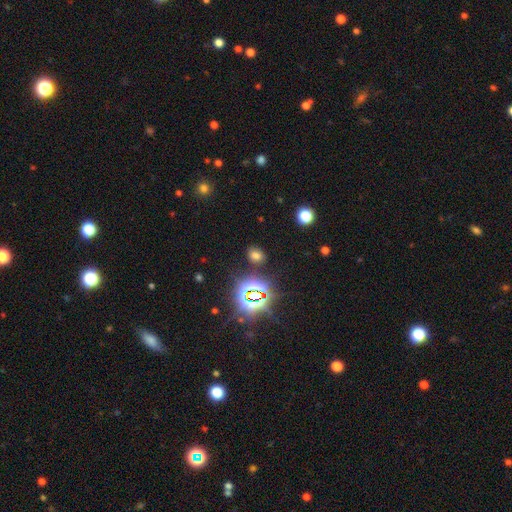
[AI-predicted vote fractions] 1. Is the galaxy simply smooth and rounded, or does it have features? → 59% smooth, 33% star or artifact, 8% featured or disk.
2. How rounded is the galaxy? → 56% in between, 42% round, 1% cigar-shaped.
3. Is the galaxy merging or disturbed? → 84% none, 9% minor disturbance, 3% major disturbance, 3% merger.